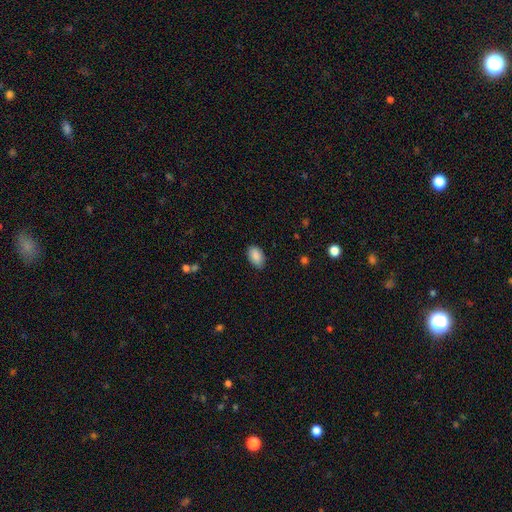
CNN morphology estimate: smooth 89%, star or artifact 7%, featured or disk 4%. Down the decision tree: how rounded — in between (92%); merging — none (81%).